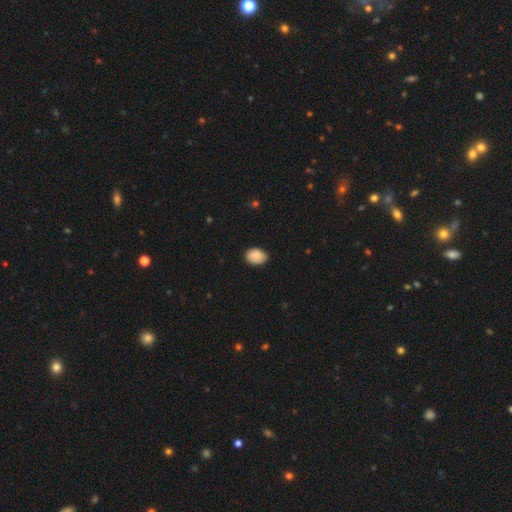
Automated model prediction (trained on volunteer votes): This appears to be a smooth galaxy with no disk features (88%) that is in between round and cigar-shaped (73%). Merging: none (80%).